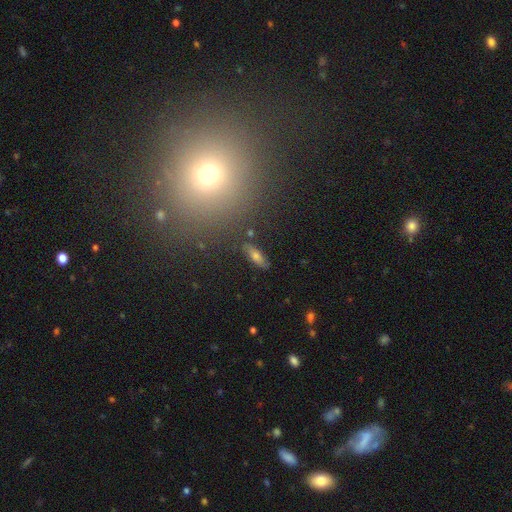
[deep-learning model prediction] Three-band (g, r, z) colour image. It shows a smooth galaxy with no disk features (60%) that is in between round and cigar-shaped (53%). Merging: none (83%).